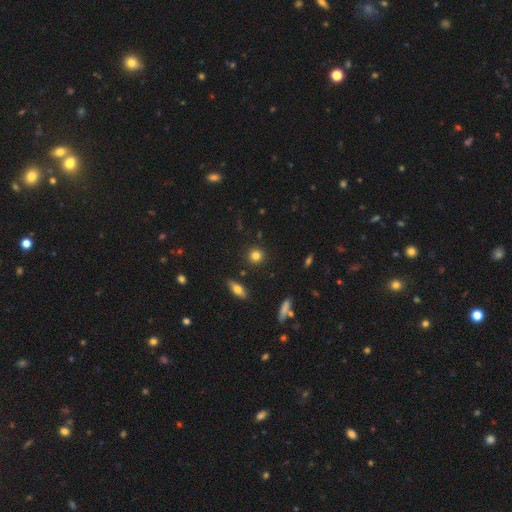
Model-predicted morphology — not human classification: Smooth or featured: smooth — 82% (star or artifact — 11%)
How rounded: round — 89% (in between — 9%)
Merging: none — 89% (minor disturbance — 6%)